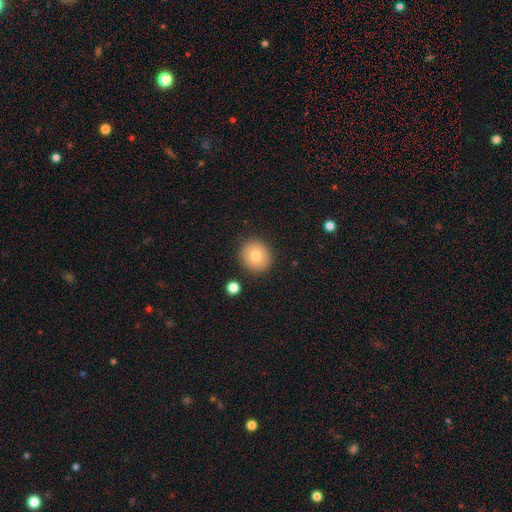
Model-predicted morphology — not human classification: A smooth galaxy with no disk features (76%) that is round (88%).

Vote fractions:
- Smooth or featured? smooth: 76% / featured or disk: 15% / star or artifact: 9%
- How rounded? round: 88% / in between: 11% / cigar-shaped: 1%
- Merging? none: 87% / minor disturbance: 8% / major disturbance: 3% / merger: 2%